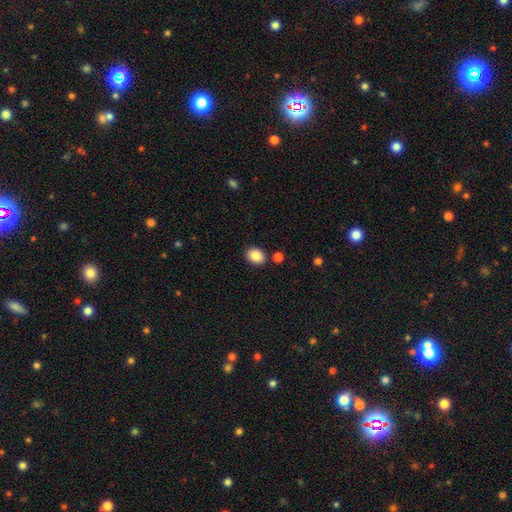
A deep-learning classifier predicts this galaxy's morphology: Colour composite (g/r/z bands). It shows a smooth galaxy with no disk features (87%) that is in between round and cigar-shaped (54%). Merging: none (85%).